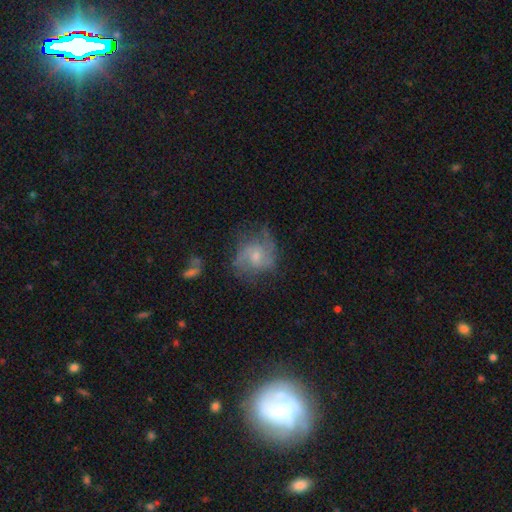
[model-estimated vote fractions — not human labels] This is likely a featured or disk galaxy (64%). It is clearly not viewed edge-on (98%). Bar: likely no (65%). Spiral arm pattern: clearly yes (85%). Spiral arm count: likely 2 (62%). Spiral winding: possibly medium (46%). Central bulge: possibly small (52%). Merging: possibly none (58%).